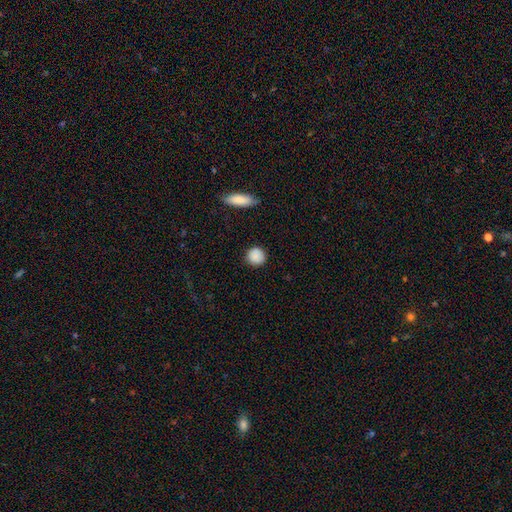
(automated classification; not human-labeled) This is clearly a smooth galaxy (88%). How rounded: clearly round (90%). Merging: clearly none (87%).